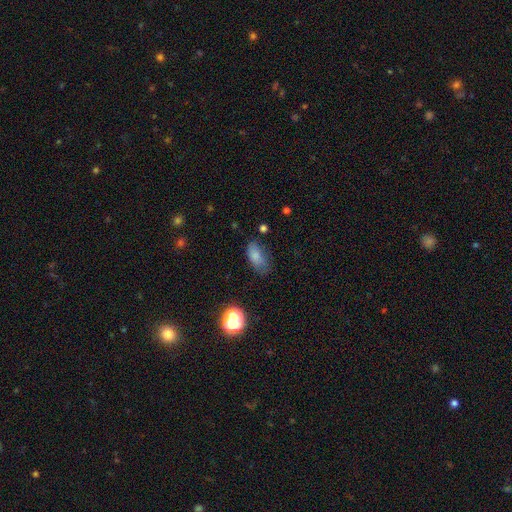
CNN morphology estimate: Smooth or featured? Predicted: smooth (p=0.79). How rounded? Predicted: in between (p=0.87). Merging? Predicted: none (p=0.53).